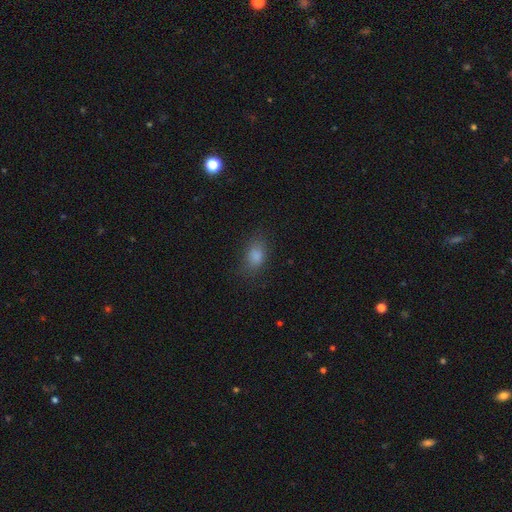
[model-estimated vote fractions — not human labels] Smooth or featured? smooth (83%)
How rounded? in between (80%)
Merging? none (74%)